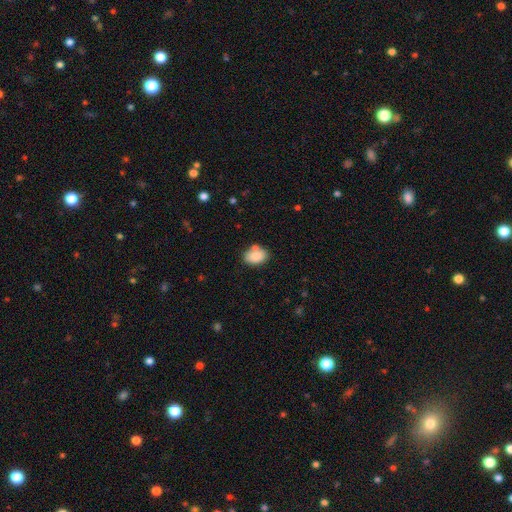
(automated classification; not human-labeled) A smooth galaxy with no disk features (86%) that is in between round and cigar-shaped (84%).

Vote fractions:
- Smooth or featured? smooth: 86% / star or artifact: 8% / featured or disk: 6%
- How rounded? in between: 84% / round: 15% / cigar-shaped: 1%
- Merging? none: 68% / minor disturbance: 17% / merger: 11% / major disturbance: 4%